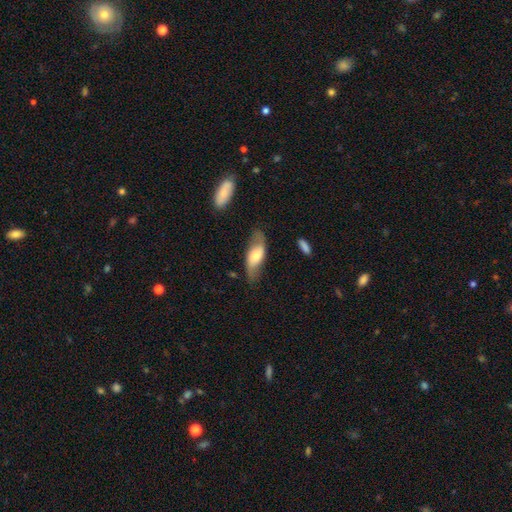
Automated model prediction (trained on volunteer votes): Smooth or featured?
  - smooth: 48% *
  - featured or disk: 46%
  - star or artifact: 6%
Merging?
  - none: 70% *
  - minor disturbance: 20%
  - major disturbance: 7%
  - merger: 2%